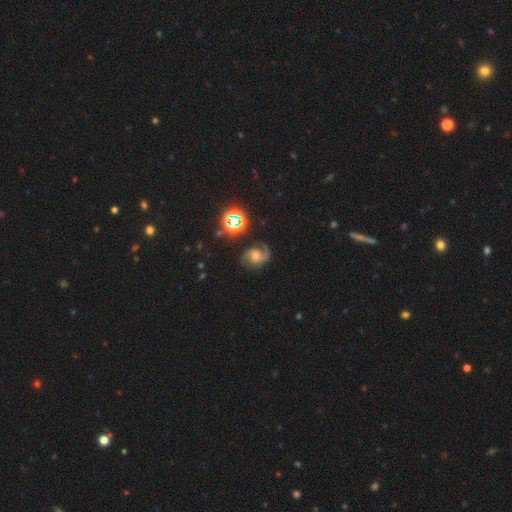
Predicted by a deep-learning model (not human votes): Smooth or featured? featured or disk (73%)
Edge-on disk? no (97%)
Bar? no (64%)
Spiral arms? yes (95%)
Spiral winding? medium (50%)
Spiral arm count? 2 (65%)
Bulge size? moderate (63%)
Merging? none (66%)